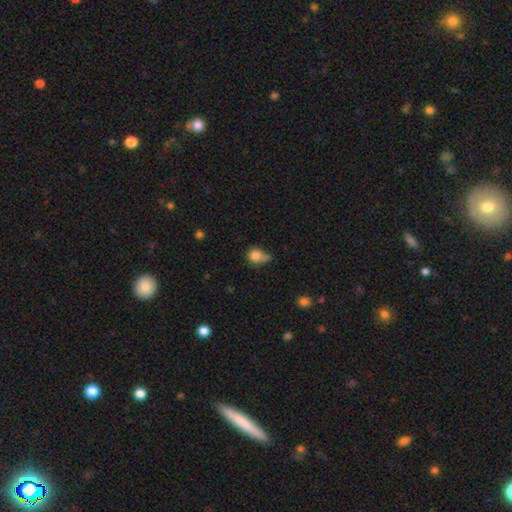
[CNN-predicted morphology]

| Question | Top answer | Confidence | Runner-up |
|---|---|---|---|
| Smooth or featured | smooth | 81% | star or artifact (10%) |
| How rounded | round | 67% | in between (32%) |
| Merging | none | 35% | minor disturbance (30%) |